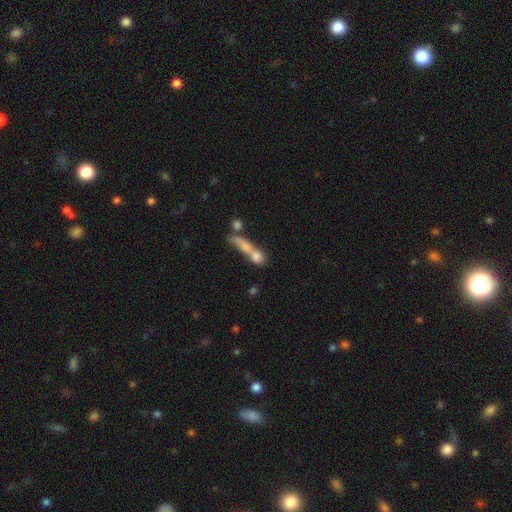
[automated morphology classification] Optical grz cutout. It shows a smooth galaxy with no disk features (67%) that is cigar-shaped (41%). Merging: merger (58%).